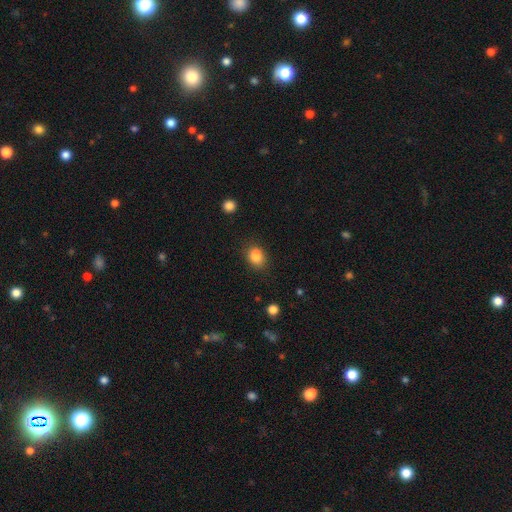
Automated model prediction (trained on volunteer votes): Smooth or featured? smooth (82%)
How rounded? in between (59%)
Merging? none (65%)